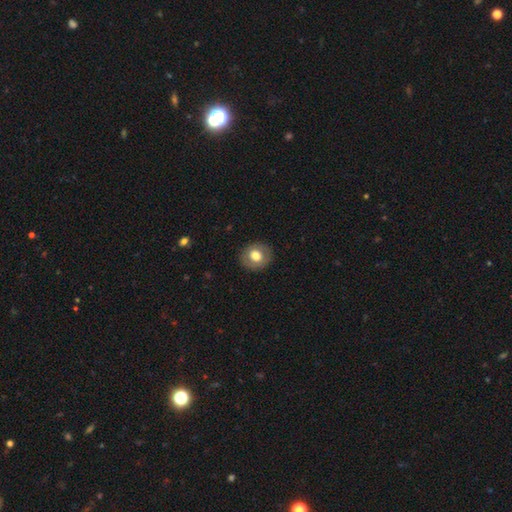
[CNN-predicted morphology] Smooth or featured: smooth — 70% (featured or disk — 23%)
How rounded: round — 77% (in between — 22%)
Merging: none — 88% (minor disturbance — 9%)